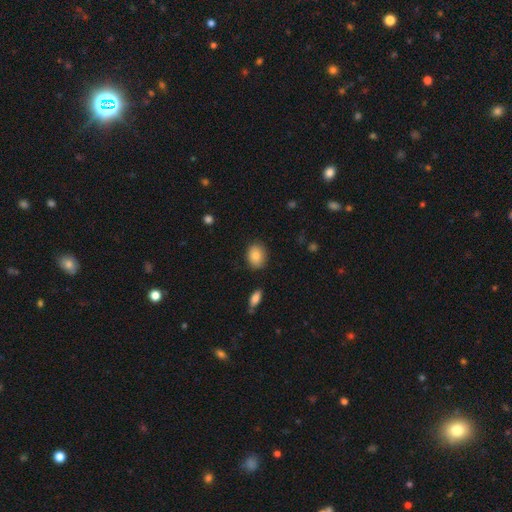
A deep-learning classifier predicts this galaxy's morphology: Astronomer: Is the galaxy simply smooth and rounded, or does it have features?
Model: smooth — 85%.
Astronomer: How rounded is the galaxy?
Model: in between — 64%.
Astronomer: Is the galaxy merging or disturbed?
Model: none — 84%.